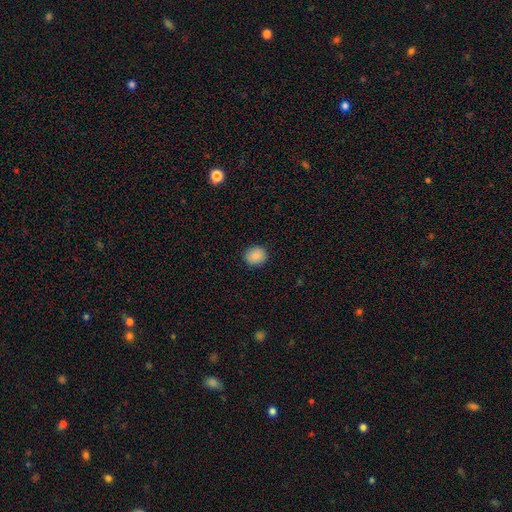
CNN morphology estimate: This is clearly a smooth galaxy (88%). How rounded: clearly round (81%). Merging: clearly none (90%).